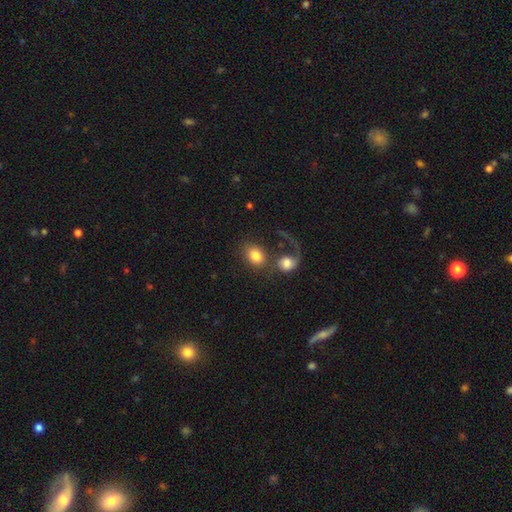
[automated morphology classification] A smooth galaxy with no disk features (77%) that is in between round and cigar-shaped (53%).

Vote fractions:
- Smooth or featured? smooth: 77% / featured or disk: 15% / star or artifact: 8%
- How rounded? in between: 53% / round: 46% / cigar-shaped: 1%
- Merging? merger: 39% / none: 36% / major disturbance: 15% / minor disturbance: 9%